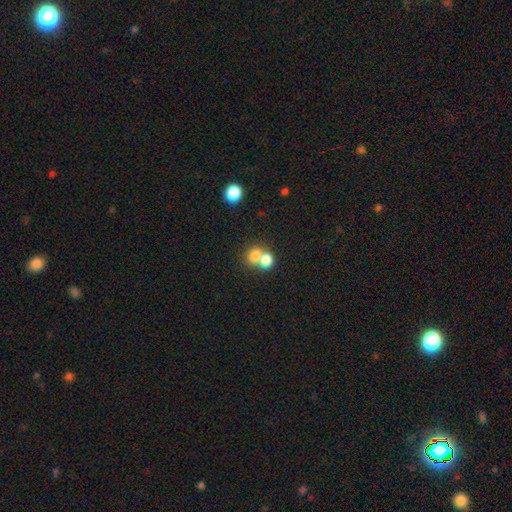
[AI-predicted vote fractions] Smooth or featured: smooth — 76% (featured or disk — 13%)
How rounded: round — 70% (in between — 29%)
Merging: merger — 60% (none — 32%)